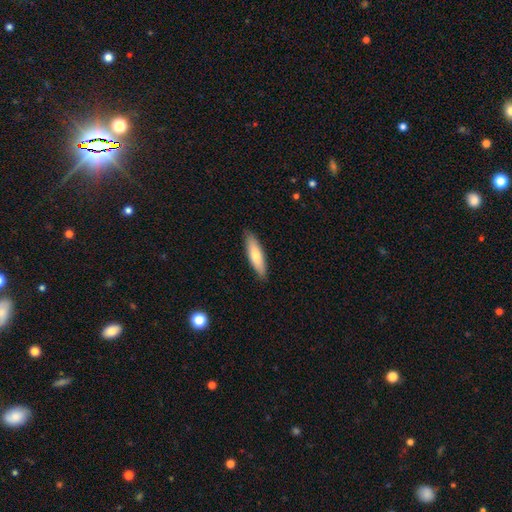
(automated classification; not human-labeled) A smooth galaxy with no disk features (69%) that is cigar-shaped (63%). Merging: none (88%).